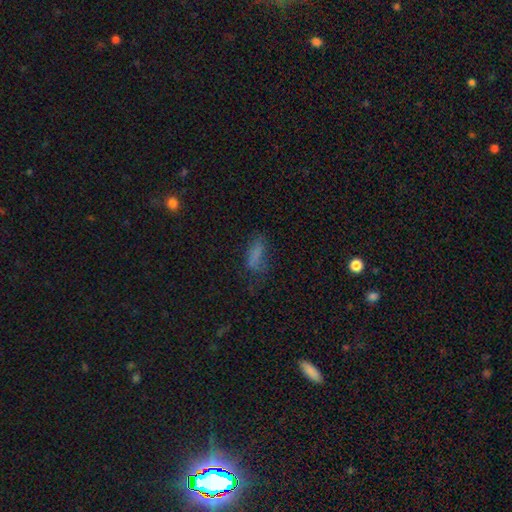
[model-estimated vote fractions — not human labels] Smooth or featured? Predicted: smooth (p=0.67). How rounded? Predicted: in between (p=0.72). Merging? Predicted: none (p=0.49).